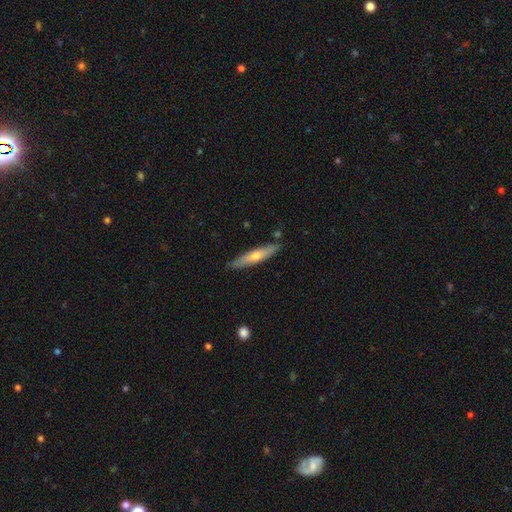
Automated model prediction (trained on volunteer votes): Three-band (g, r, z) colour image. It shows a smooth galaxy with no disk features (47%, tied with featured or disk). Merging: none (86%).